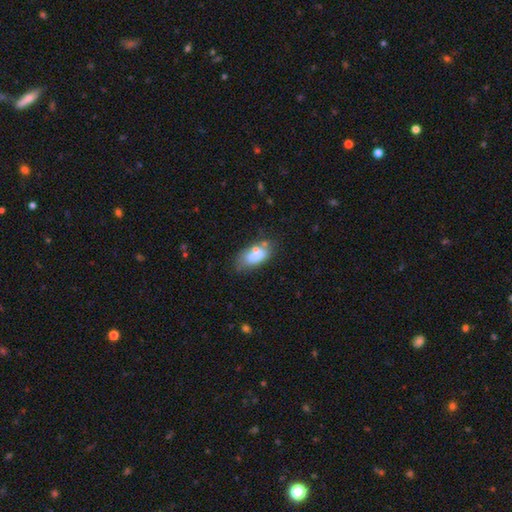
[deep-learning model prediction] smooth_or_featured: smooth (p=0.72) [alt: featured or disk p=0.19]
how_rounded: in between (p=0.88) [alt: cigar-shaped p=0.08]
merging: none (p=0.51) [alt: minor disturbance p=0.23]